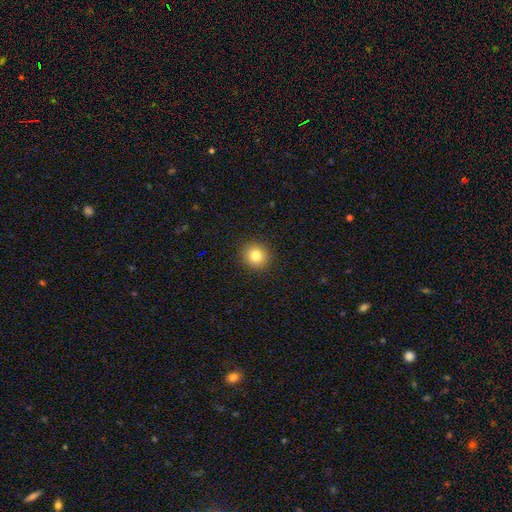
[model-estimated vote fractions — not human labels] A smooth galaxy with no disk features (82%) that is round (91%).

Vote fractions:
- Smooth or featured? smooth: 82% / star or artifact: 11% / featured or disk: 7%
- How rounded? round: 91% / in between: 8% / cigar-shaped: 1%
- Merging? none: 92% / minor disturbance: 5% / major disturbance: 2% / merger: 1%